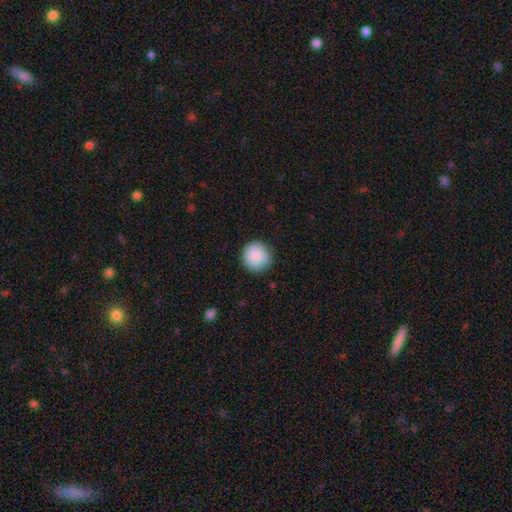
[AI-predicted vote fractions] This appears to be a smooth galaxy with no disk features (89%) that is round (94%). Merging: none (88%).